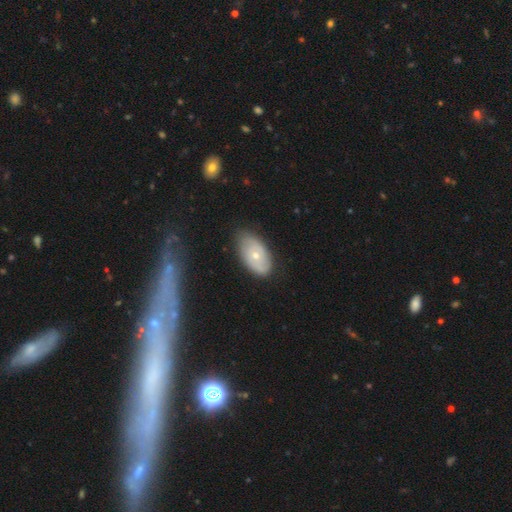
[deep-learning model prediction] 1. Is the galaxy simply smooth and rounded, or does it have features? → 50% featured or disk, 43% smooth, 7% star or artifact.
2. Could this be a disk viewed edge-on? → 91% no, 9% yes.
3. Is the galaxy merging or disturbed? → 72% none, 21% minor disturbance, 5% major disturbance, 2% merger.